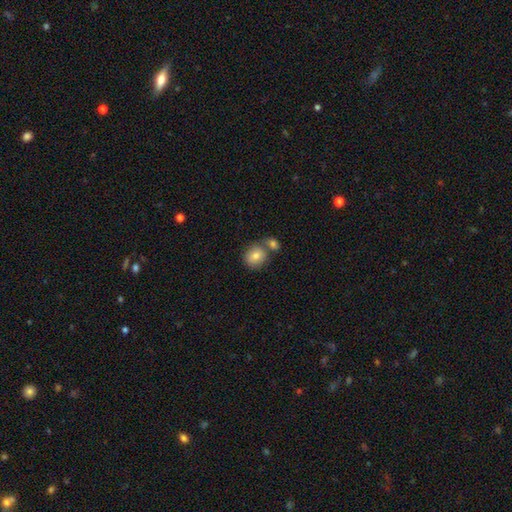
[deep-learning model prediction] A smooth galaxy with no disk features (80%) that is round (73%). Merging: none (55%).